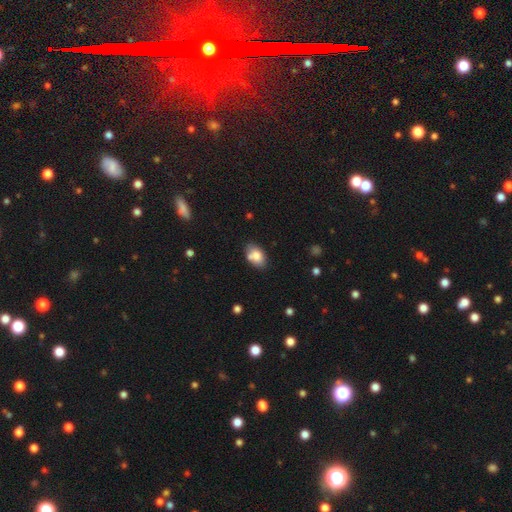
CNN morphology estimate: type=smooth (78%); roundness=in between (84%); merging=none (63%).